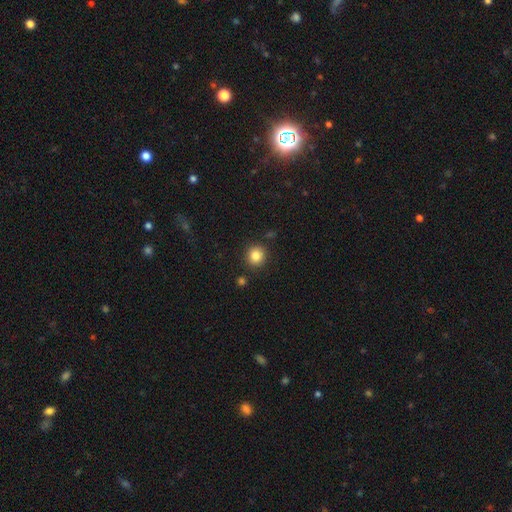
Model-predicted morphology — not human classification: Smooth or featured? smooth (84%)
How rounded? round (90%)
Merging? none (88%)